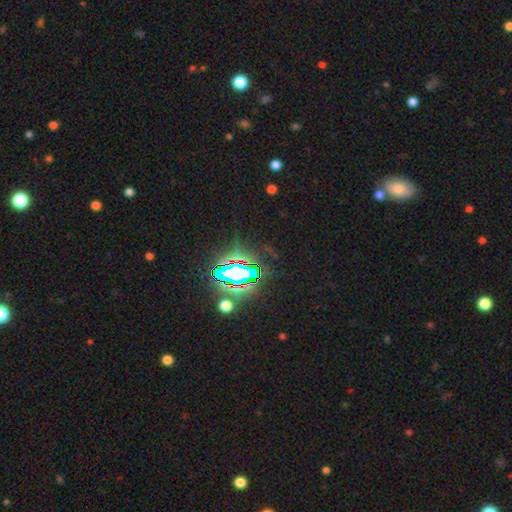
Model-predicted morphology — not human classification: Overall: star or artifact (79%).